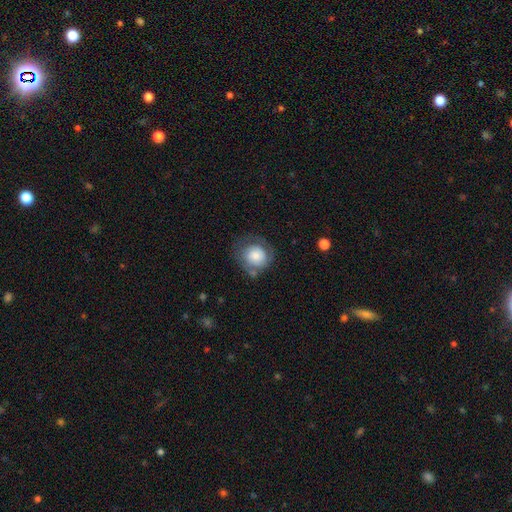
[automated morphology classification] The model was most divided on "merging": none: 55%, minor disturbance: 25%, major disturbance: 15%, merger: 5%. More confident: how rounded — round (81%); smooth or featured — smooth (64%).